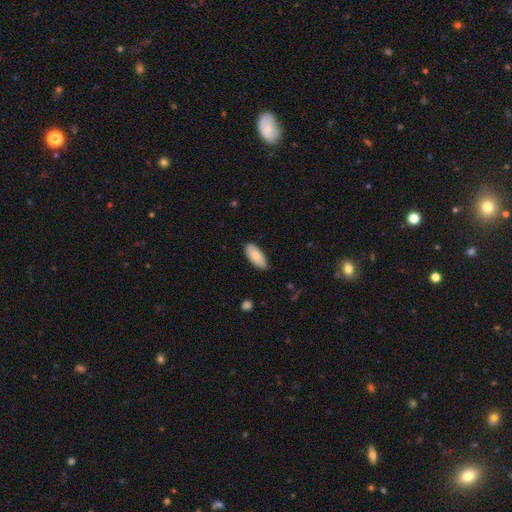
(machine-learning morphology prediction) A smooth galaxy with no disk features (83%) that is in between round and cigar-shaped (87%).

Vote fractions:
- Smooth or featured? smooth: 83% / featured or disk: 12% / star or artifact: 6%
- How rounded? in between: 87% / cigar-shaped: 11% / round: 2%
- Merging? none: 85% / minor disturbance: 12% / major disturbance: 2% / merger: 1%